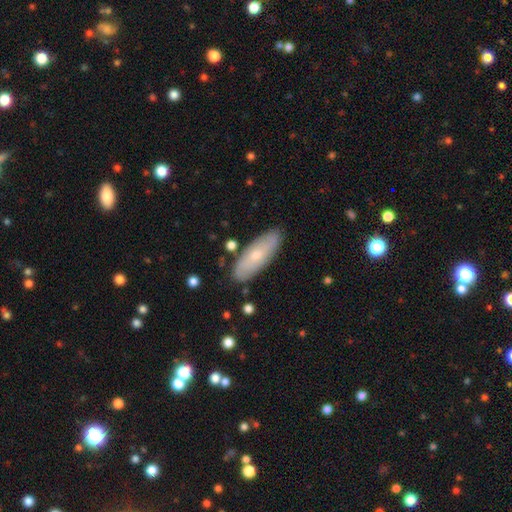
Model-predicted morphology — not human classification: A smooth galaxy with no disk features (61%) that is in between round and cigar-shaped (62%). Merging: none (85%).